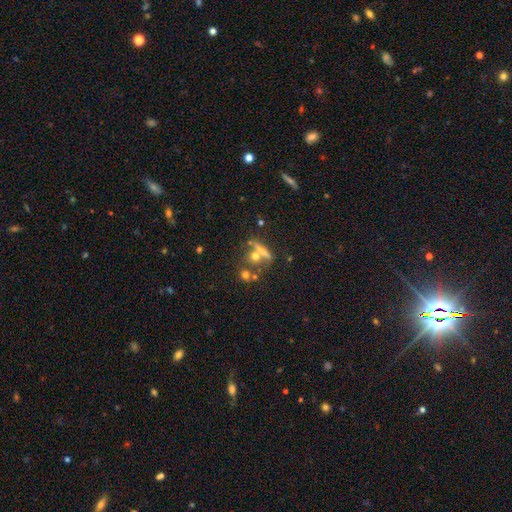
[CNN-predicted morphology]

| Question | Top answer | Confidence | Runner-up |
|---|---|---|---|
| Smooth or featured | smooth | 47% | featured or disk (31%) |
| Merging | none | 51% | merger (31%) |